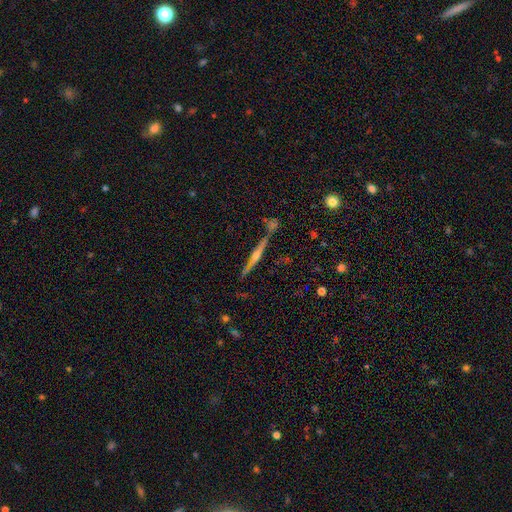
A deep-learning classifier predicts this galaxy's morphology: smooth_or_featured: featured or disk (p=0.80) [alt: smooth p=0.12]
disk_edge_on: yes (p=0.98) [alt: no p=0.02]
edge_on_bulge: rounded (p=0.85) [alt: none p=0.08]
merging: none (p=0.80) [alt: minor disturbance p=0.10]